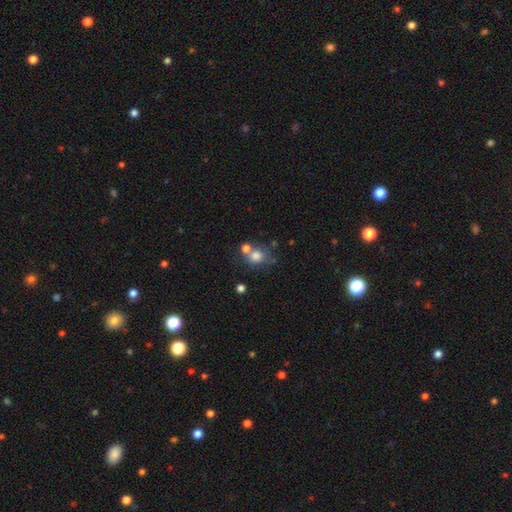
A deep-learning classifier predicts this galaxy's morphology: Smooth or featured? smooth (76%)
How rounded? round (71%)
Merging? none (48%)